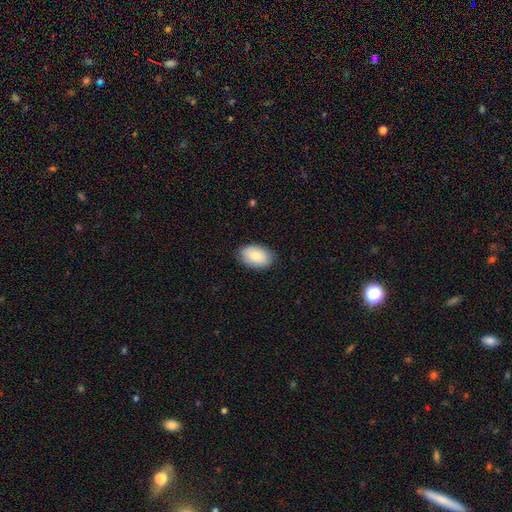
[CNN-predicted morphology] Smooth or featured: smooth — 80% (featured or disk — 13%)
How rounded: in between — 90% (round — 9%)
Merging: none — 84% (minor disturbance — 12%)